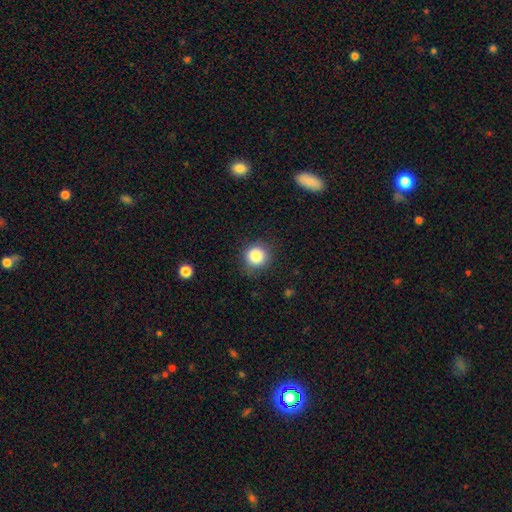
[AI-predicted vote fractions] smooth_or_featured: smooth (p=0.85) [alt: star or artifact p=0.11]
how_rounded: round (p=0.92) [alt: in between p=0.07]
merging: none (p=0.84) [alt: minor disturbance p=0.11]